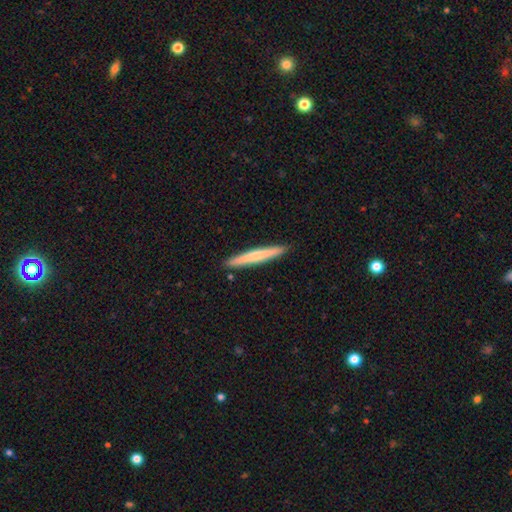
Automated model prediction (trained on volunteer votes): A smooth galaxy with no disk features (59%) that is cigar-shaped (96%). Merging: none (92%).